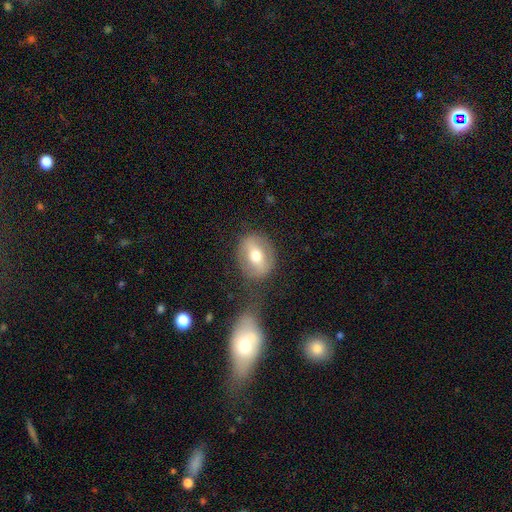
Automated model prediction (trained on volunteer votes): Smooth or featured? smooth (52%)
How rounded? round (53%)
Merging? none (69%)